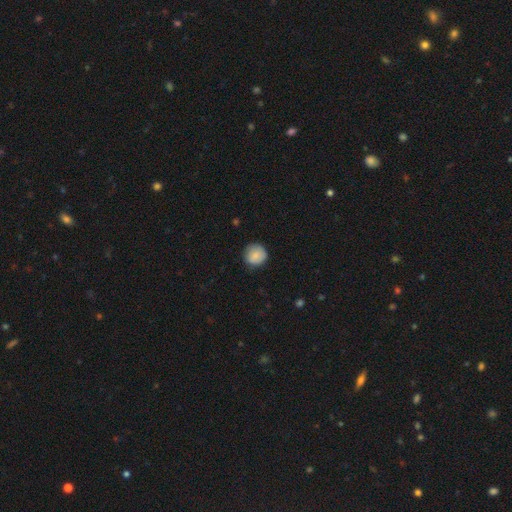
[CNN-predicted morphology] Overall: smooth (85%). How rounded: round (92%). Merging: none (83%).